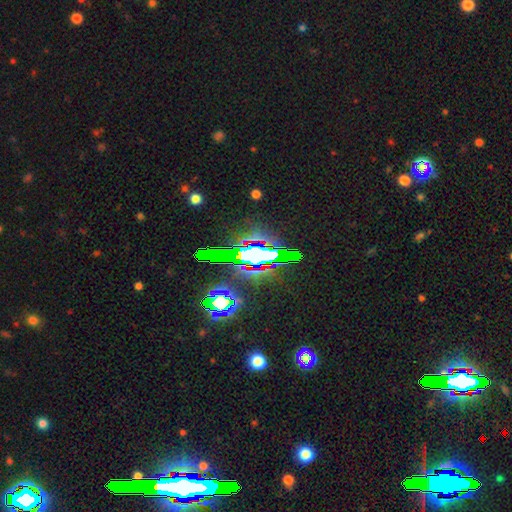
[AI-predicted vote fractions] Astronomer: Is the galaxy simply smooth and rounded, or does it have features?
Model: star or artifact — 62%.